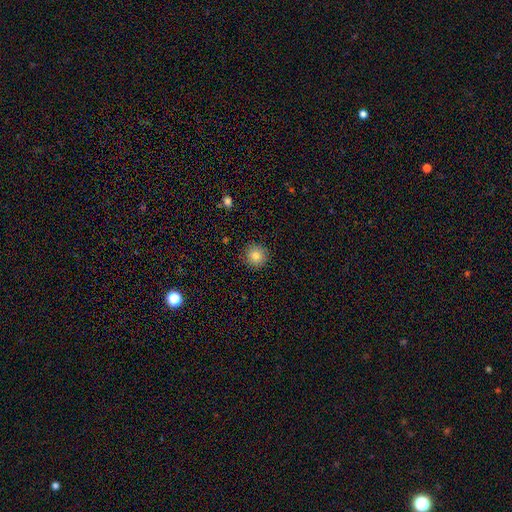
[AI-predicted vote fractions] Smooth or featured? Predicted: smooth (p=0.83). How rounded? Predicted: round (p=0.95). Merging? Predicted: none (p=0.91).